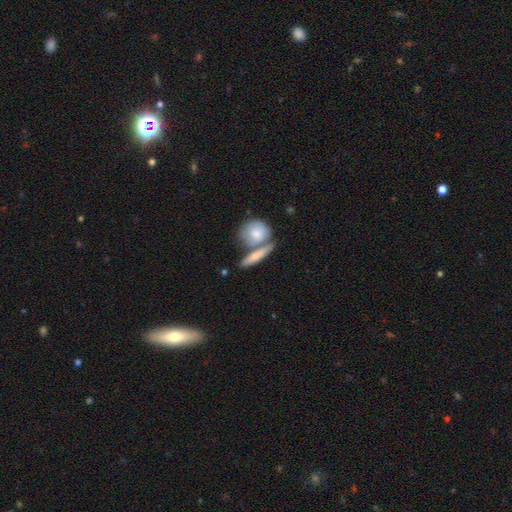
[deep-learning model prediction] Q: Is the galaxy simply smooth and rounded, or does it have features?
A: smooth — 65%.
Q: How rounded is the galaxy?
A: cigar-shaped — 52%.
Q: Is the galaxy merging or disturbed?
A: none — 53%.